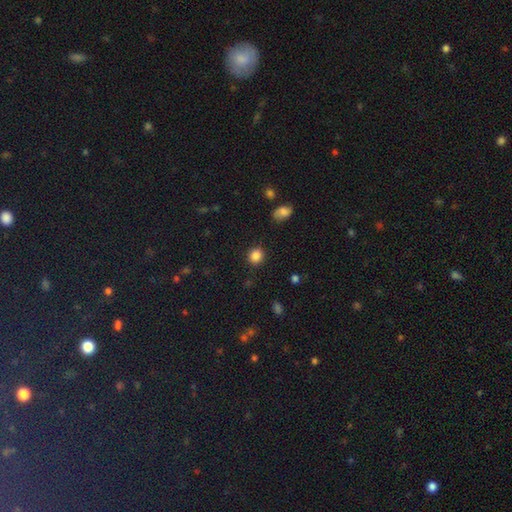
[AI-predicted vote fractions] Overall: smooth (86%). How rounded: round (81%). Merging: none (88%).